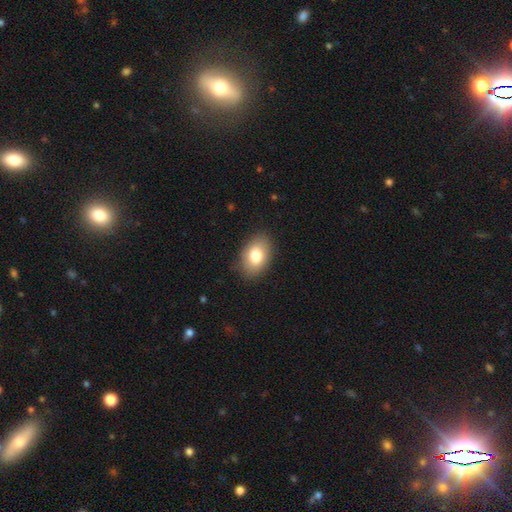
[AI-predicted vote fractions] This appears to be a smooth galaxy with no disk features (80%) that is in between round and cigar-shaped (86%). Merging: none (86%).